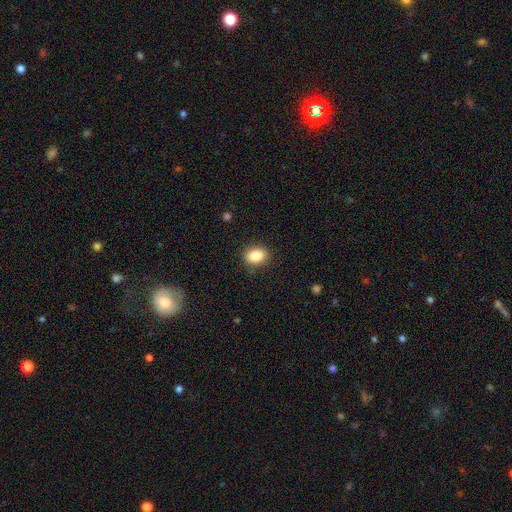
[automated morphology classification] A smooth galaxy with no disk features (87%) that is in between round and cigar-shaped (76%). Merging: none (86%).